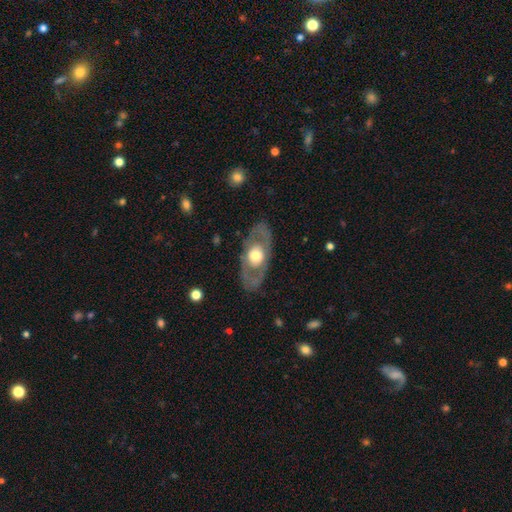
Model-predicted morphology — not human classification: smooth-or-featured: featured or disk: 60% | smooth: 35% | star or artifact: 5%
  disk-edge-on: no: 85% | yes: 15%
    bar: no: 87% | weak: 10% | strong: 3%
    has-spiral-arms: no: 81% | yes: 19%
    bulge-size: moderate: 51% | large: 40% | small: 5% | dominant: 3% | none: 1%
  merging: none: 81% | minor disturbance: 12% | major disturbance: 6% | merger: 1%